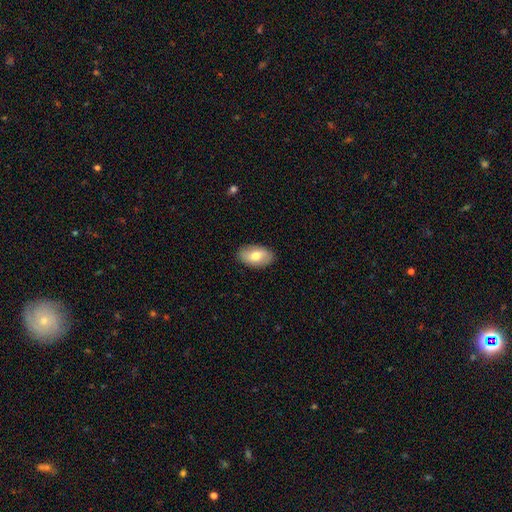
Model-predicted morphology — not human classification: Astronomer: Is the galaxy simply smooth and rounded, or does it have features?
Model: smooth — 71%.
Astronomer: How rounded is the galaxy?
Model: in between — 93%.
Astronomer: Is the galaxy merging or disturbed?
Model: none — 87%.